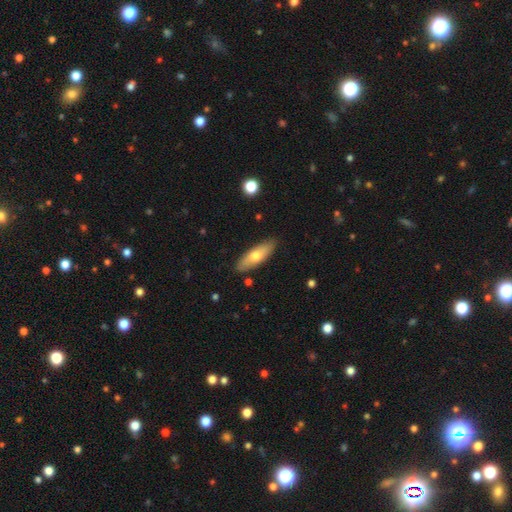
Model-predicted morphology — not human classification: This appears to be a smooth galaxy with no disk features (63%) that is in between round and cigar-shaped (56%). Merging: none (87%).